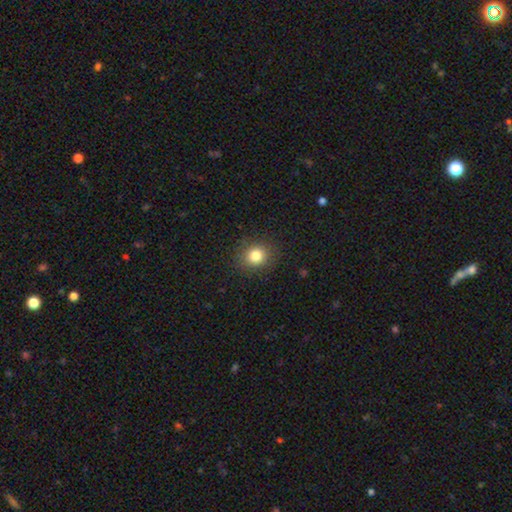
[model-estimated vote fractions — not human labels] This appears to be a smooth galaxy with no disk features (82%) that is round (77%). Merging: none (88%).